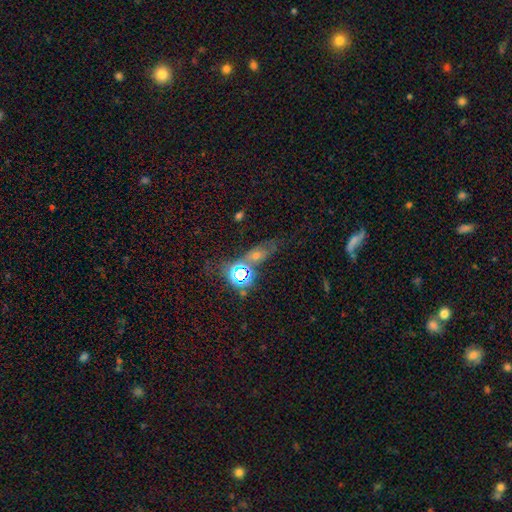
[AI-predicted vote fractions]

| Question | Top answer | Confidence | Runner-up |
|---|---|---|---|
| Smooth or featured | star or artifact | 51% | smooth (30%) |